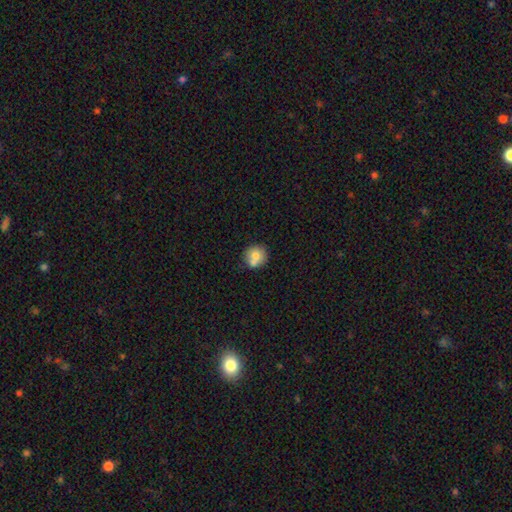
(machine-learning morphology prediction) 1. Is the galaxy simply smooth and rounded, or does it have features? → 71% smooth, 20% featured or disk, 9% star or artifact.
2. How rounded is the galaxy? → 89% round, 10% in between, 1% cigar-shaped.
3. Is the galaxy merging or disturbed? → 57% none, 29% merger, 11% minor disturbance, 3% major disturbance.